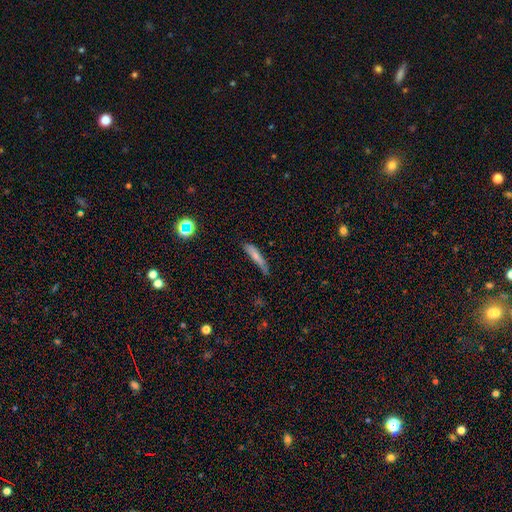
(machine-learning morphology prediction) Smooth or featured: smooth — 69% (featured or disk — 22%)
How rounded: cigar-shaped — 84% (in between — 14%)
Merging: none — 56% (minor disturbance — 31%)